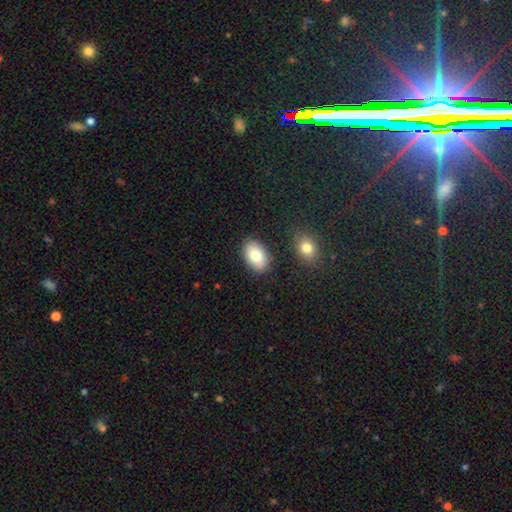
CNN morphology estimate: Q: Smooth or featured?
A: smooth (81%); runner-up: featured or disk (12%)
Q: How rounded?
A: in between (88%); runner-up: round (11%)
Q: Merging?
A: none (84%); runner-up: minor disturbance (10%)